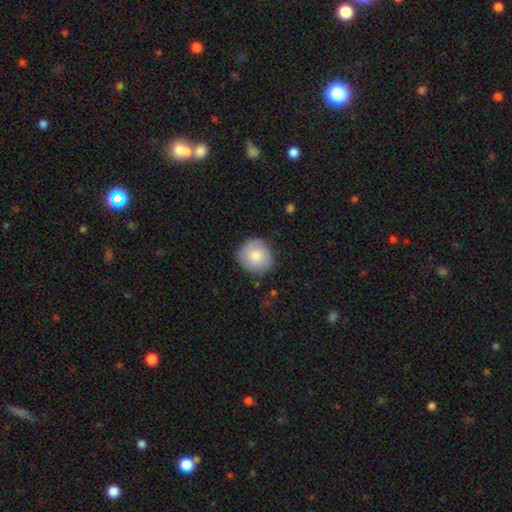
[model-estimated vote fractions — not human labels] This appears to be a smooth galaxy with no disk features (82%) that is round (90%). Merging: none (85%).